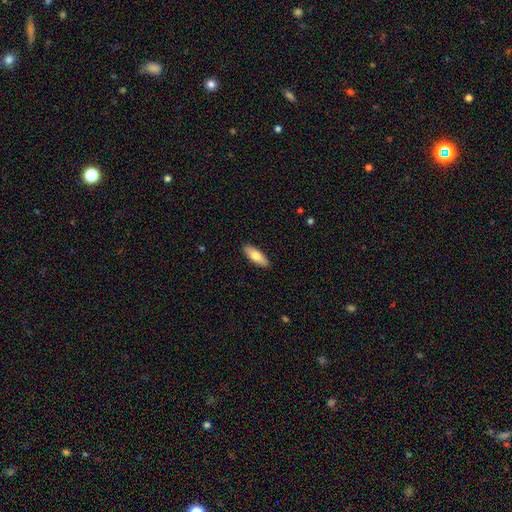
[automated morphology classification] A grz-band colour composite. It shows a smooth galaxy with no disk features (80%) that is in between round and cigar-shaped (66%). Merging: none (90%).